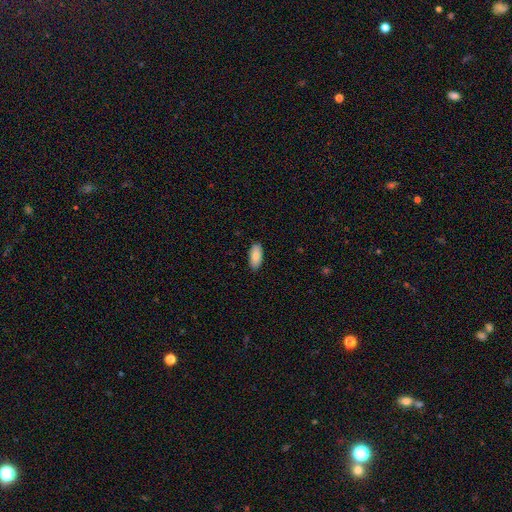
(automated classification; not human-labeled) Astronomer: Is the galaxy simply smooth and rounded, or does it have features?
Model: smooth — 85%.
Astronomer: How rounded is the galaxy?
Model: in between — 90%.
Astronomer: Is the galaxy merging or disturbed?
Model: none — 89%.